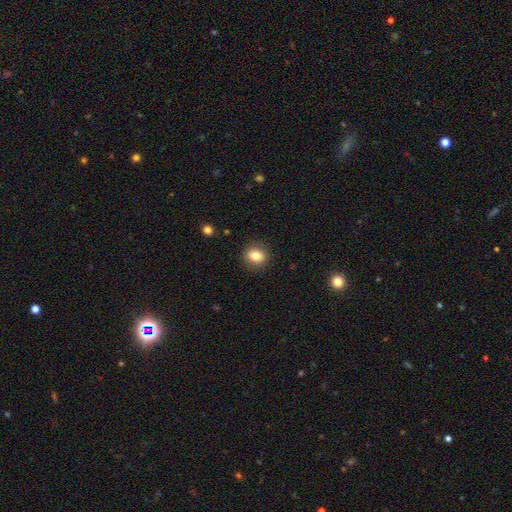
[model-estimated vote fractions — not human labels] Overall: smooth (82%). How rounded: round (57%; in between 42%). Merging: none (88%).